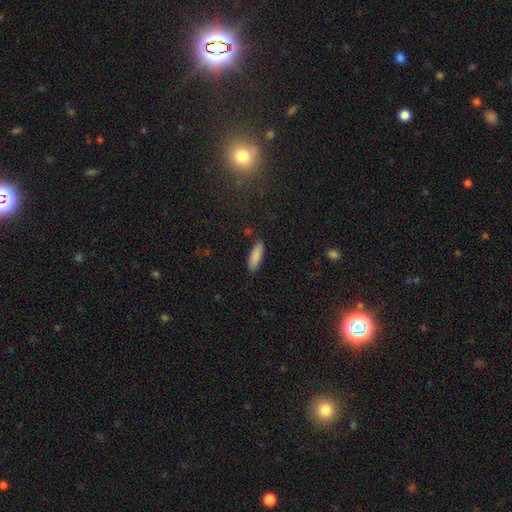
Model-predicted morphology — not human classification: type=smooth (87%); roundness=in between (53%); merging=none (87%).